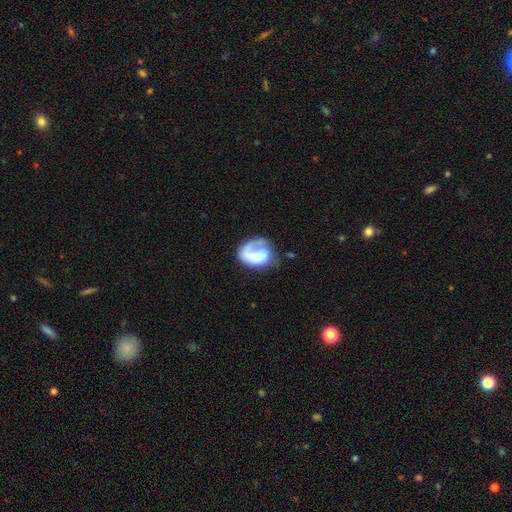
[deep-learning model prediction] Smooth or featured? featured or disk (58%)
Edge-on disk? no (98%)
Bar? no (66%)
Spiral arms? yes (80%)
Bulge size? none (49%)
Merging? none (43%)